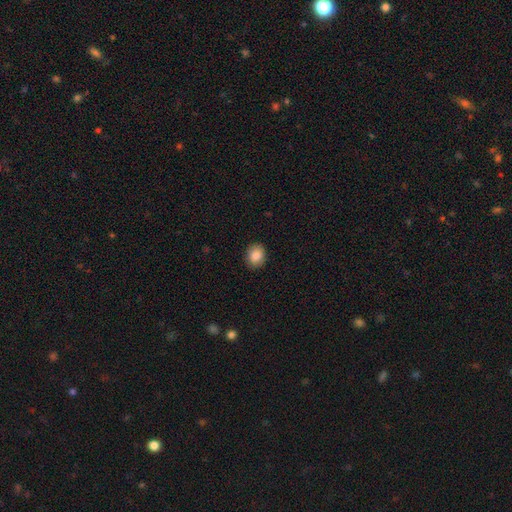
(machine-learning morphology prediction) type=smooth (85%); roundness=round (55%); merging=none (90%).